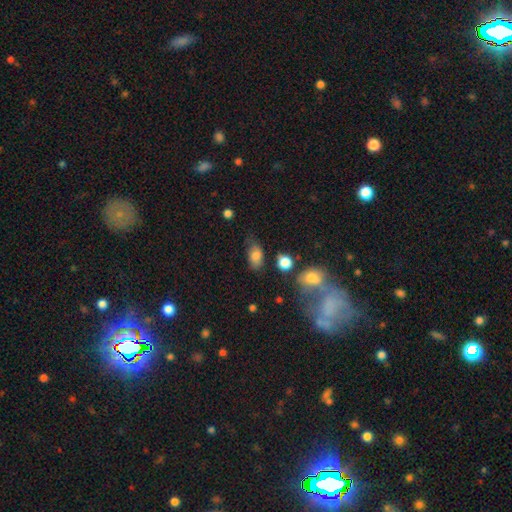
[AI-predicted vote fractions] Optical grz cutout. It shows a smooth galaxy with no disk features (80%) that is in between round and cigar-shaped (87%). Merging: none (60%).